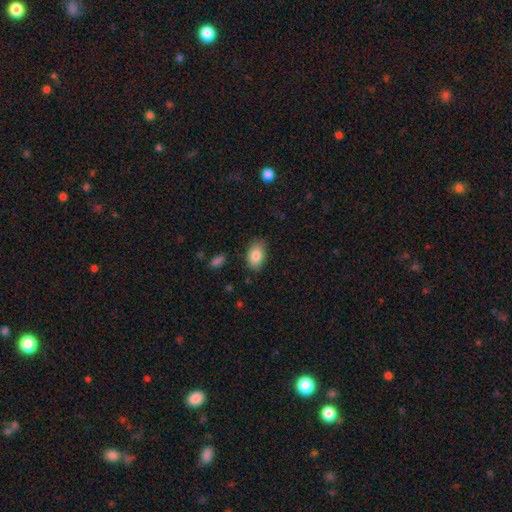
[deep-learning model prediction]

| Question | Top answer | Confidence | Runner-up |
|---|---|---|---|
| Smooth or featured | smooth | 85% | featured or disk (7%) |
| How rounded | in between | 90% | round (8%) |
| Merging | none | 83% | minor disturbance (13%) |